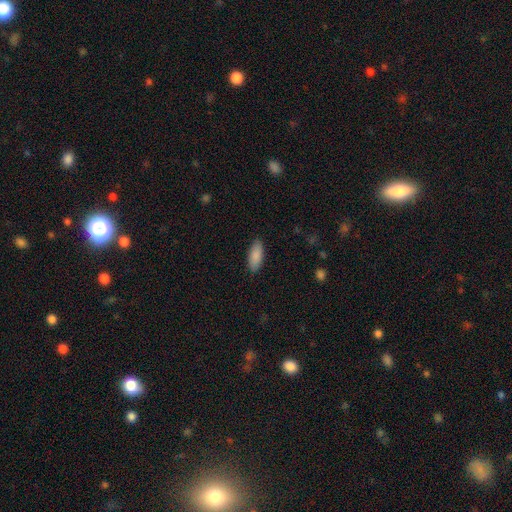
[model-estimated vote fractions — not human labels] This appears to be a smooth galaxy with no disk features (88%) that is in between round and cigar-shaped (82%). Merging: none (88%).